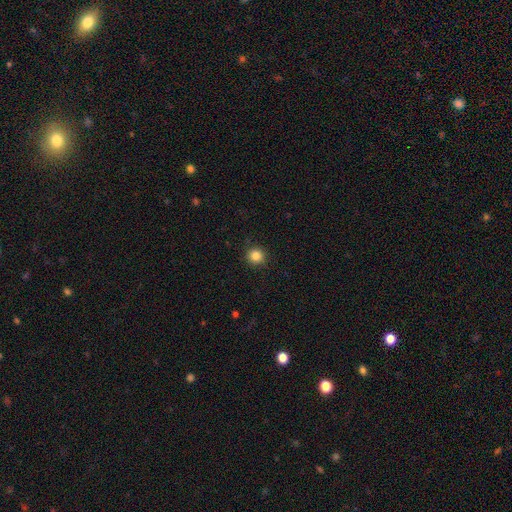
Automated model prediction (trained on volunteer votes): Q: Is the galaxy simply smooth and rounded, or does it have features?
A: smooth — 85%.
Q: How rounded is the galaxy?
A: round — 93%.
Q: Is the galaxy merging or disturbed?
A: none — 92%.